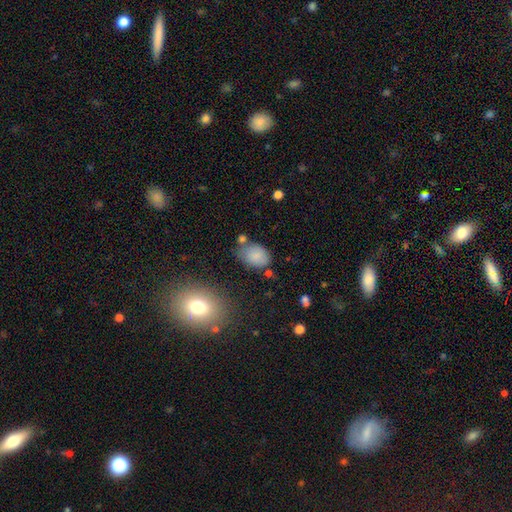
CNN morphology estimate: smooth_or_featured: smooth (p=0.82) [alt: star or artifact p=0.09]
how_rounded: in between (p=0.80) [alt: round p=0.18]
merging: none (p=0.62) [alt: minor disturbance p=0.23]